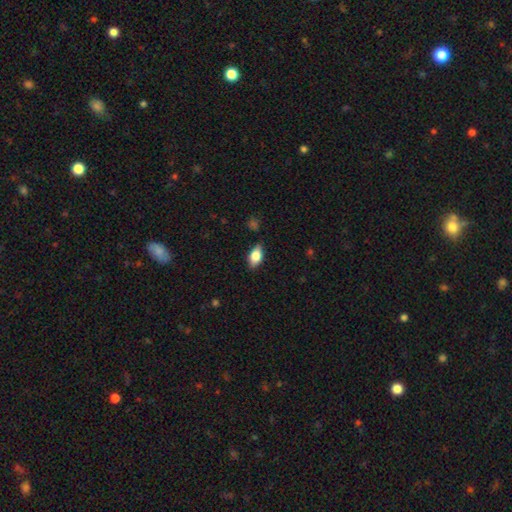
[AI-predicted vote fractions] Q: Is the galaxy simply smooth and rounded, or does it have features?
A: smooth — 74%.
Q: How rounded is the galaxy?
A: in between — 85%.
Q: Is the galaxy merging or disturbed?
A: none — 79%.